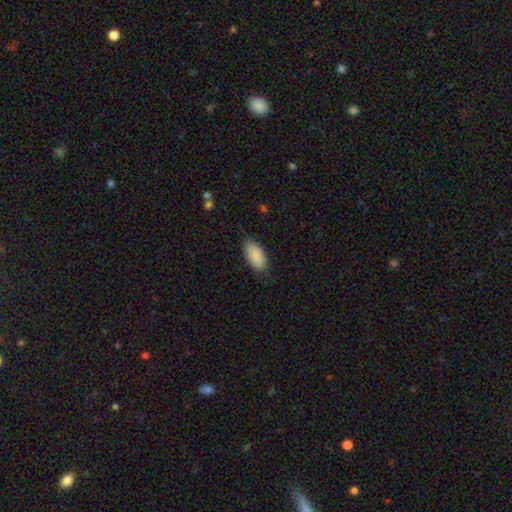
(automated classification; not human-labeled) The model was most divided on "merging": none: 80%, minor disturbance: 16%, major disturbance: 3%, merger: 1%. More confident: how rounded — in between (94%); smooth or featured — smooth (89%).